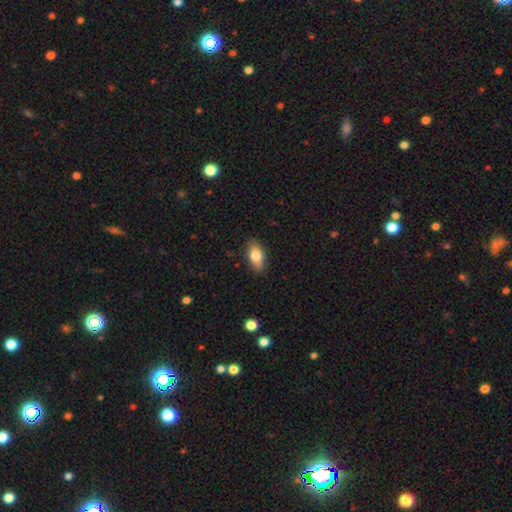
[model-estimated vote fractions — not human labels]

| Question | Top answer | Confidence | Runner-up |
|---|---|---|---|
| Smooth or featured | smooth | 76% | featured or disk (16%) |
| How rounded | in between | 87% | cigar-shaped (7%) |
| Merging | none | 86% | minor disturbance (11%) |